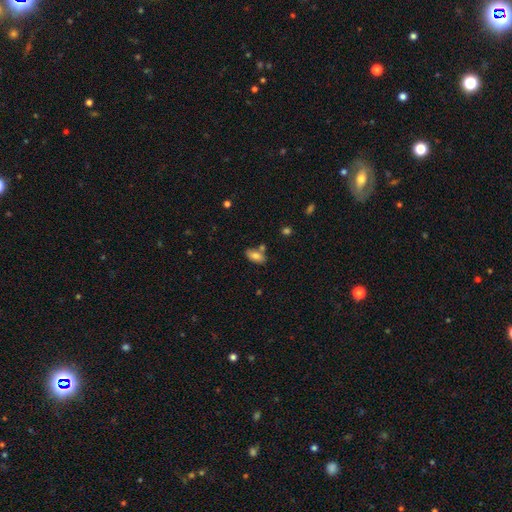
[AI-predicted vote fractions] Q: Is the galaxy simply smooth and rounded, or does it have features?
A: smooth — 81%.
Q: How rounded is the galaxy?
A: in between — 89%.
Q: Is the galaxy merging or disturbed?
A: none — 71%.